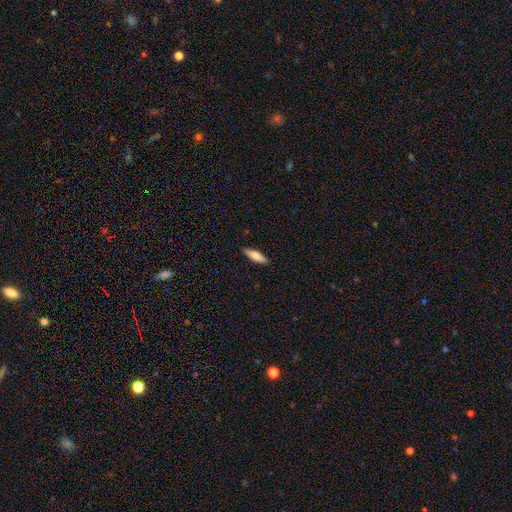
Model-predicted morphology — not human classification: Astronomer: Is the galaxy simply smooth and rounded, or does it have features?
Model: smooth — 72%.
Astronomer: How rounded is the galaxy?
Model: cigar-shaped — 64%.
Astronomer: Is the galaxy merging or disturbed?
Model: none — 88%.